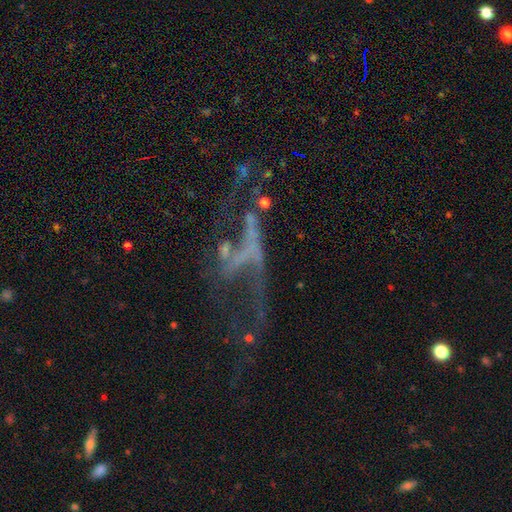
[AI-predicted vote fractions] featured or disk 66%, star or artifact 22%, smooth 13%. Down the decision tree: edge-on disk — no (90%); bar — no (64%); spiral arms — no (60%); bulge size — none (77%); merging — major disturbance (47%).